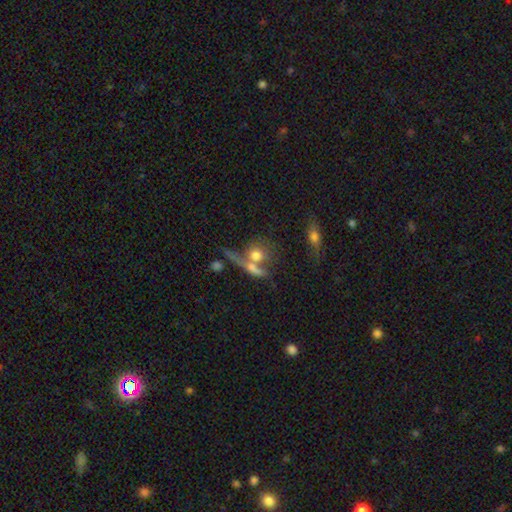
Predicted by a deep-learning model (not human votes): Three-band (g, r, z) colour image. It shows a smooth galaxy with no disk features (63%) that is round (64%). Merging: merger (46%).